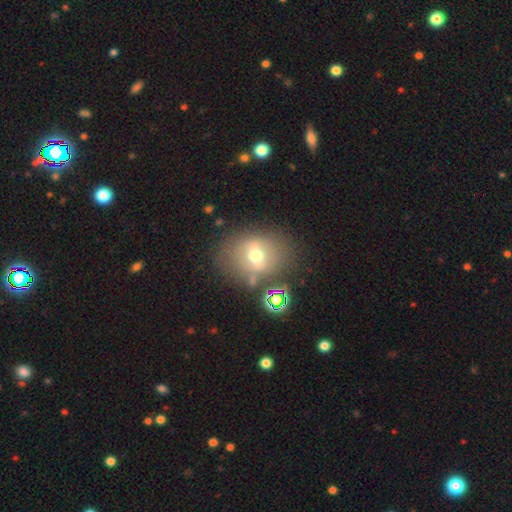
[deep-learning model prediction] Smooth or featured? Predicted: smooth (p=0.52). How rounded? Predicted: in between (p=0.51). Merging? Predicted: none (p=0.67).